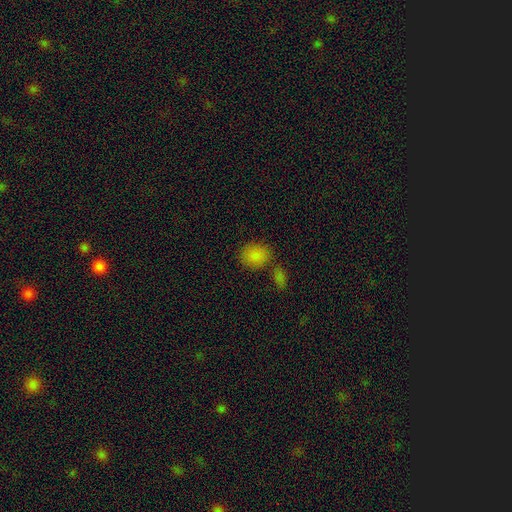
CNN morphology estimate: Smooth or featured: smooth — 84% (star or artifact — 10%)
How rounded: round — 54% (in between — 44%)
Merging: none — 63% (merger — 20%)